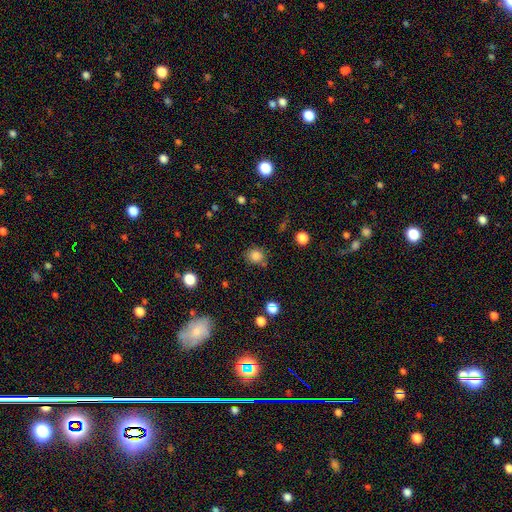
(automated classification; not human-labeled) Smooth or featured? smooth (82%)
How rounded? round (80%)
Merging? none (76%)